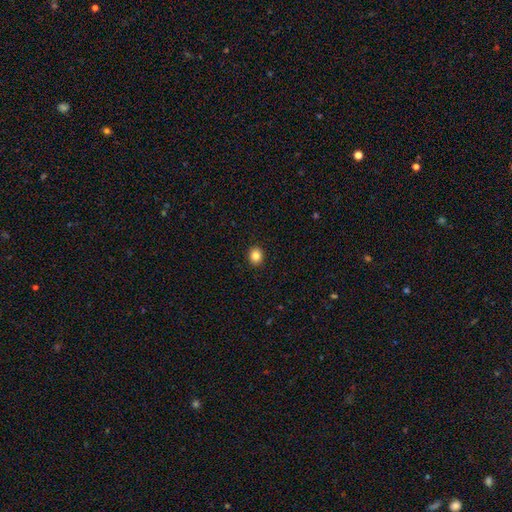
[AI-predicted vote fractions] Overall: smooth (84%). How rounded: round (74%). Merging: none (92%).